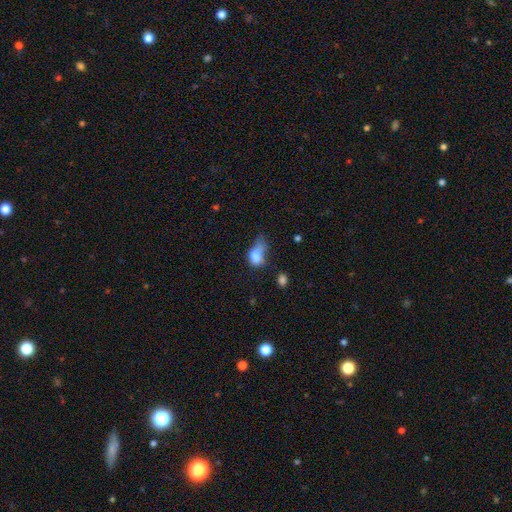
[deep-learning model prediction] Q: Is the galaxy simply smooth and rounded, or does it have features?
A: smooth — 75%.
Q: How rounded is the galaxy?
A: in between — 73%.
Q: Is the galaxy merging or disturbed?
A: major disturbance — 39%.